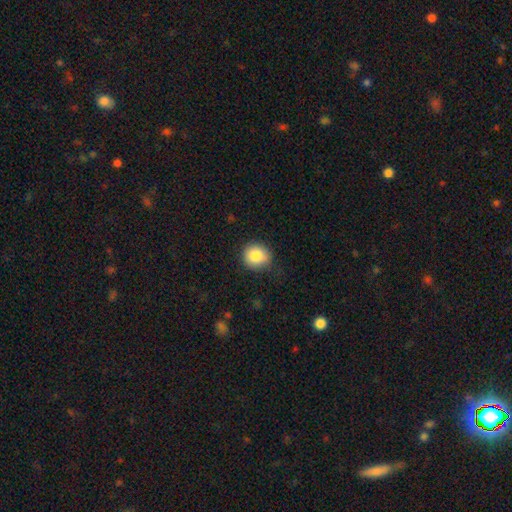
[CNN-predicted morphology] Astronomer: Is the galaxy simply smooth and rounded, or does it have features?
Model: smooth — 85%.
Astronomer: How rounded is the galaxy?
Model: round — 83%.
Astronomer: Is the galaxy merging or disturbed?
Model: none — 81%.